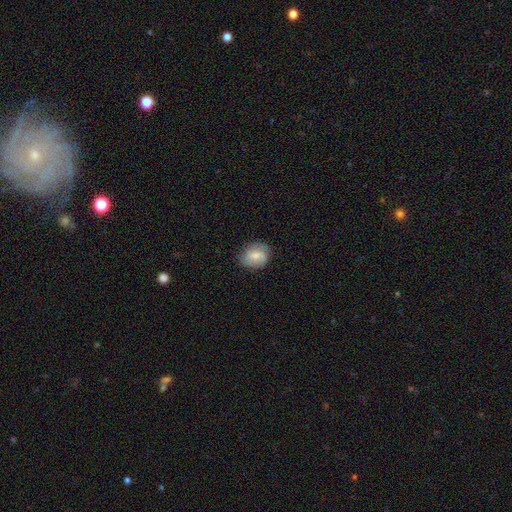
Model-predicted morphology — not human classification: Overall: smooth (69%). How rounded: round (53%; in between 46%). Merging: none (77%).